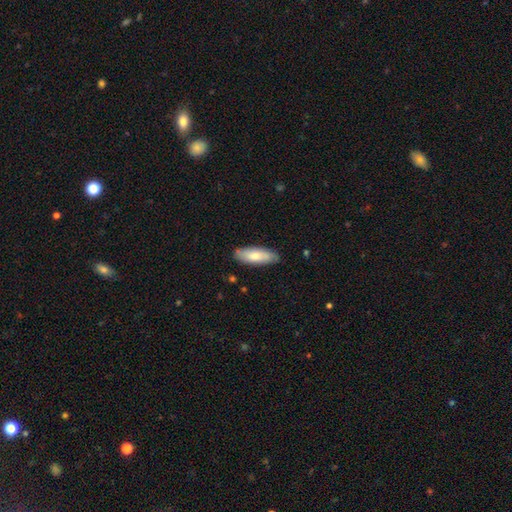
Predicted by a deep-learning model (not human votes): smooth 71%, featured or disk 24%, star or artifact 5%. Down the decision tree: how rounded — in between (69%); merging — none (84%).